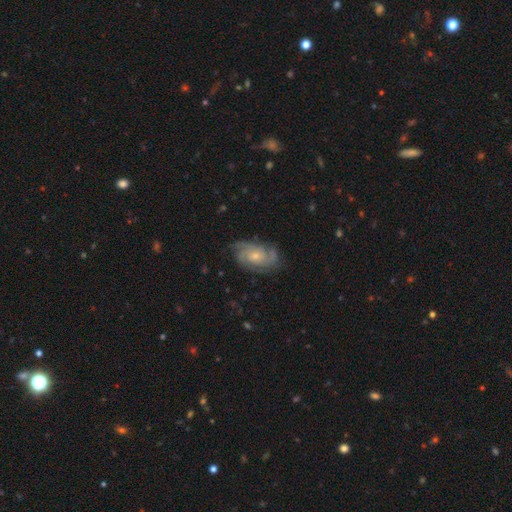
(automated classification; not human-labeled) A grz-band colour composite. It shows a featured or disk galaxy (82%) with no bar (76%), 3 (31%) tight (52%) spiral arms (96%) and a small central bulge (64%). Merging: none (74%).